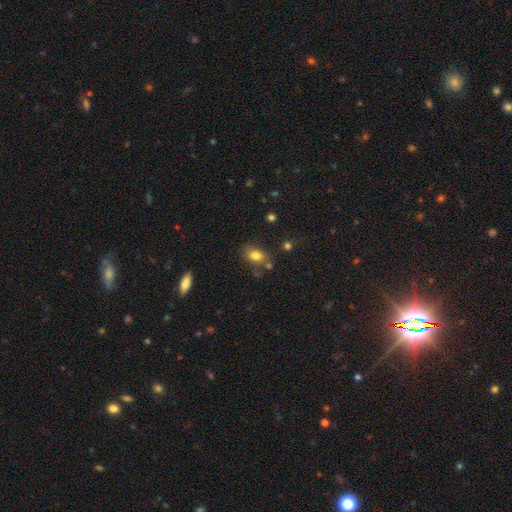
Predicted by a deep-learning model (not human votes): This is likely a smooth galaxy (79%). How rounded: likely in between (64%). Merging: likely none (66%).